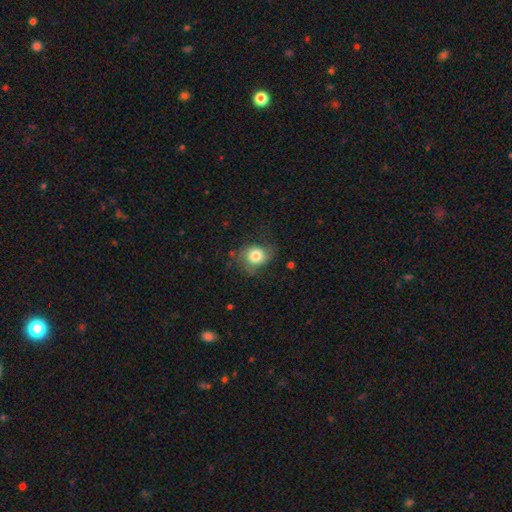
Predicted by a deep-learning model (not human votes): Smooth or featured? Predicted: smooth (p=0.74). How rounded? Predicted: round (p=0.55). Merging? Predicted: none (p=0.55).